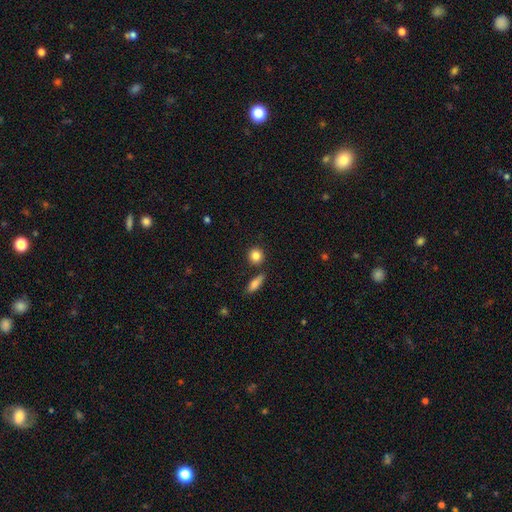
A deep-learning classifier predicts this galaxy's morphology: Smooth or featured? Predicted: smooth (p=0.84). How rounded? Predicted: round (p=0.84). Merging? Predicted: none (p=0.79).